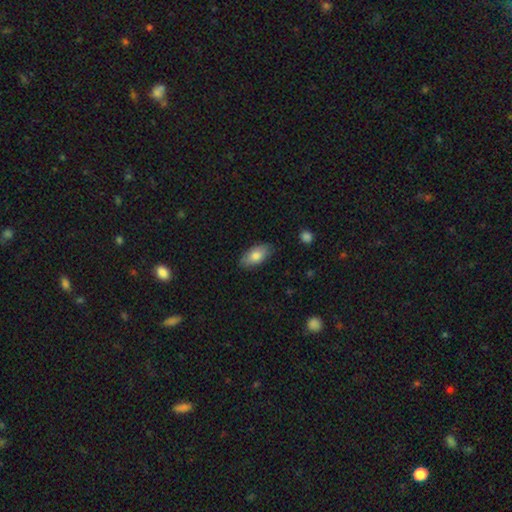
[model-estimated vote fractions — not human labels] Smooth or featured?
  - smooth: 79% *
  - featured or disk: 14%
  - star or artifact: 6%
How rounded?
  - in between: 92% *
  - cigar-shaped: 5%
  - round: 3%
Merging?
  - none: 80% *
  - minor disturbance: 17%
  - major disturbance: 3%
  - merger: 1%